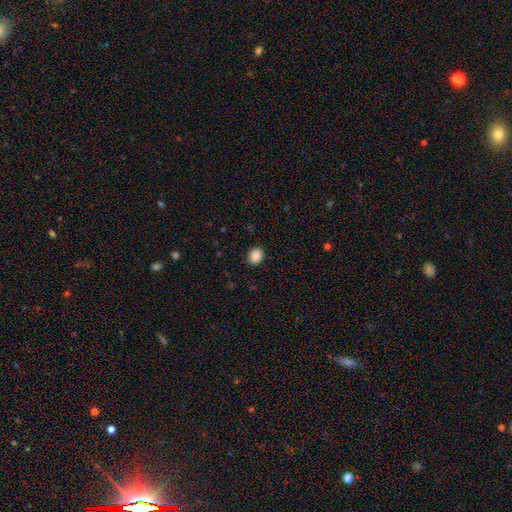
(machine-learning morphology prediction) A smooth galaxy with no disk features (88%) that is round (59%). Merging: none (88%).